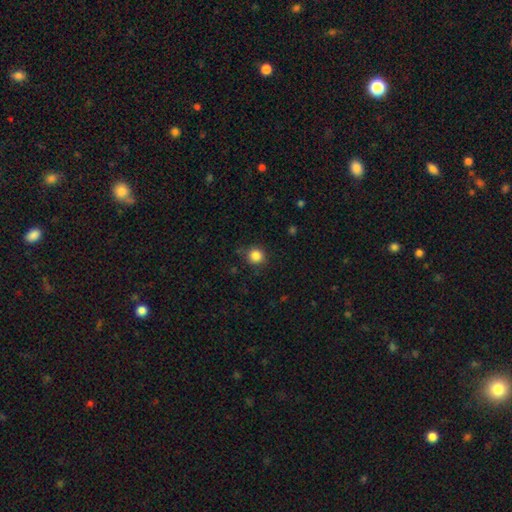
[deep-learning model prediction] Smooth or featured?
  - smooth: 85% *
  - star or artifact: 11%
  - featured or disk: 4%
How rounded?
  - round: 91% *
  - in between: 8%
  - cigar-shaped: 1%
Merging?
  - none: 85% *
  - minor disturbance: 11%
  - major disturbance: 3%
  - merger: 1%